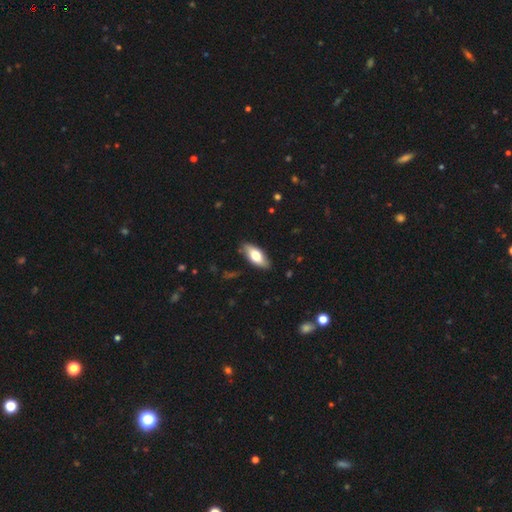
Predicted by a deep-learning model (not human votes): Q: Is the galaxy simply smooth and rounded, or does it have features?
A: smooth — 68%.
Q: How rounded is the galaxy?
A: in between — 82%.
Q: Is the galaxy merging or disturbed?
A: none — 85%.